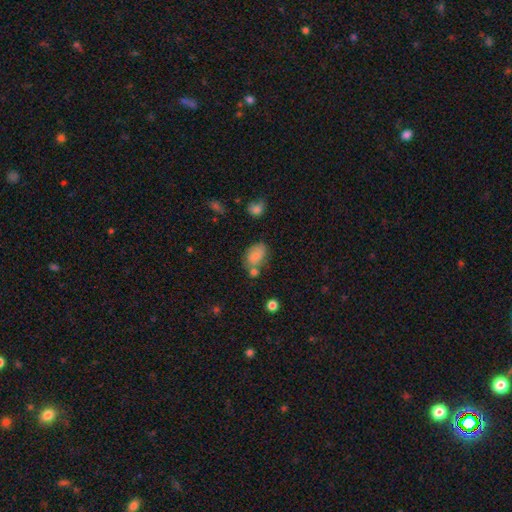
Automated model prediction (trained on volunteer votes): This is likely a smooth galaxy (69%). How rounded: clearly in between (81%). Merging: possibly none (45%).